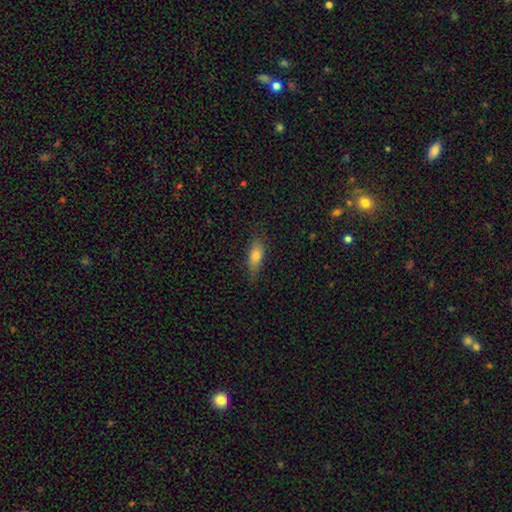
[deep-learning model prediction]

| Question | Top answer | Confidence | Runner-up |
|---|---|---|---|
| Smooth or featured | smooth | 75% | featured or disk (17%) |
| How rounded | in between | 67% | cigar-shaped (30%) |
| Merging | none | 75% | minor disturbance (20%) |